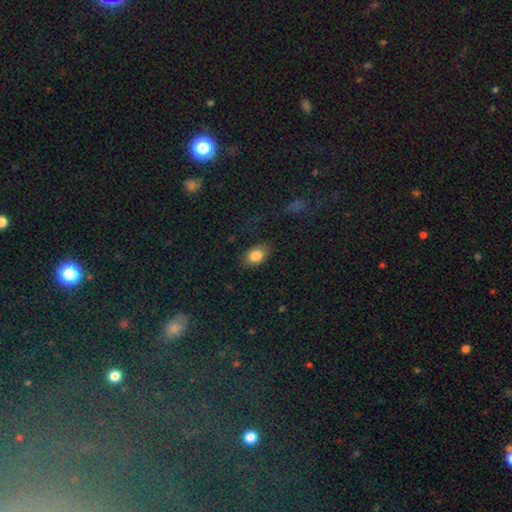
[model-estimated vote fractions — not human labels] A smooth galaxy with no disk features (83%) that is in between round and cigar-shaped (75%).

Vote fractions:
- Smooth or featured? smooth: 83% / star or artifact: 9% / featured or disk: 8%
- How rounded? in between: 75% / round: 23% / cigar-shaped: 1%
- Merging? none: 80% / minor disturbance: 14% / major disturbance: 4% / merger: 1%